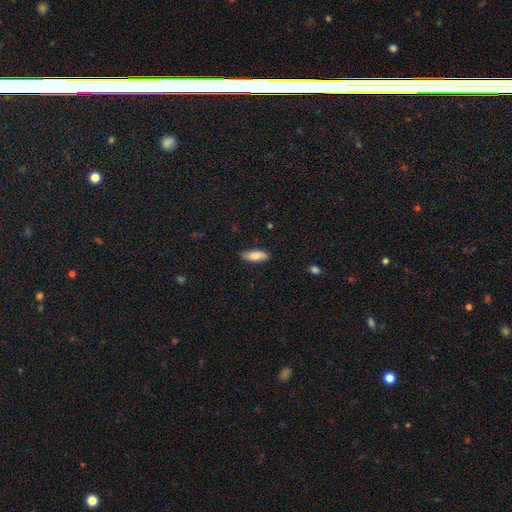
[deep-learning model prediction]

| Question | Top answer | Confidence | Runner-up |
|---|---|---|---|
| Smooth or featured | smooth | 78% | featured or disk (16%) |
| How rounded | in between | 69% | cigar-shaped (29%) |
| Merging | none | 84% | minor disturbance (12%) |